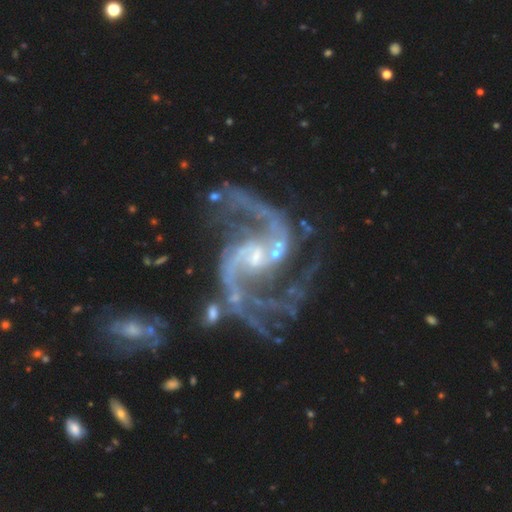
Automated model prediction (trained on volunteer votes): Overall: featured or disk (93%). Edge-on disk: no (98%). Bar: weak (46%; no 37%). Spiral arms: yes (98%). Spiral arm count: 2 (81%). Spiral winding: medium (49%; loose 42%). Bulge size: small (57%; moderate 28%). Merging: none (52%; major disturbance 20%).